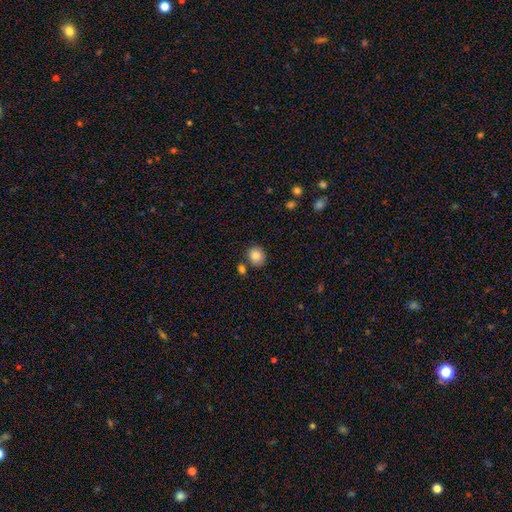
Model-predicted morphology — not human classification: The model was most divided on "how rounded": round: 71%, in between: 28%, cigar-shaped: 1%. More confident: smooth or featured — smooth (85%); merging — none (77%).